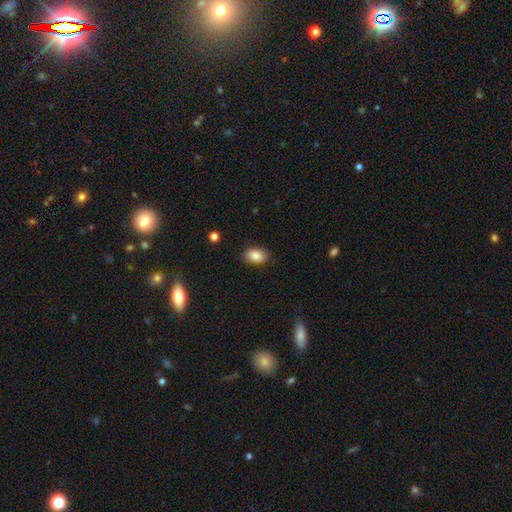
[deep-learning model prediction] Smooth or featured? smooth (86%)
How rounded? in between (89%)
Merging? none (86%)